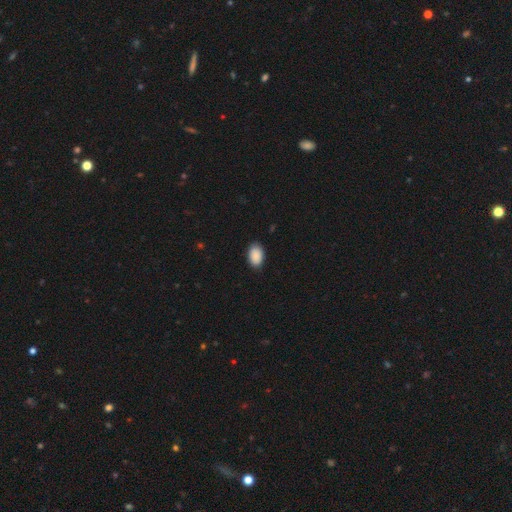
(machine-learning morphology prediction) A smooth galaxy with no disk features (90%) that is in between round and cigar-shaped (88%).

Vote fractions:
- Smooth or featured? smooth: 90% / star or artifact: 7% / featured or disk: 3%
- How rounded? in between: 88% / round: 11% / cigar-shaped: 1%
- Merging? none: 85% / minor disturbance: 12% / major disturbance: 2% / merger: 1%